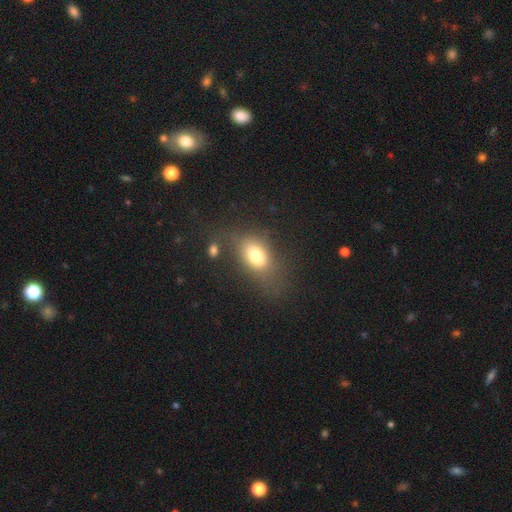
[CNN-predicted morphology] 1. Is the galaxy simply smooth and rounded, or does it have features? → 75% smooth, 14% featured or disk, 11% star or artifact.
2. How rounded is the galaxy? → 80% in between, 17% round, 3% cigar-shaped.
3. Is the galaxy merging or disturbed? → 59% none, 20% minor disturbance, 15% major disturbance, 6% merger.